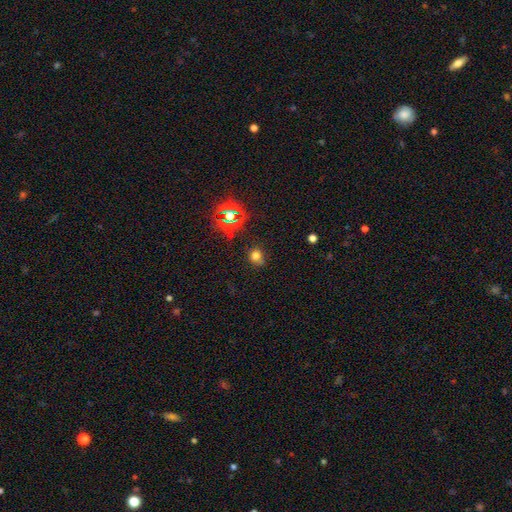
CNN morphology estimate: A smooth galaxy with no disk features (67%) that is round (70%). Merging: none (68%).